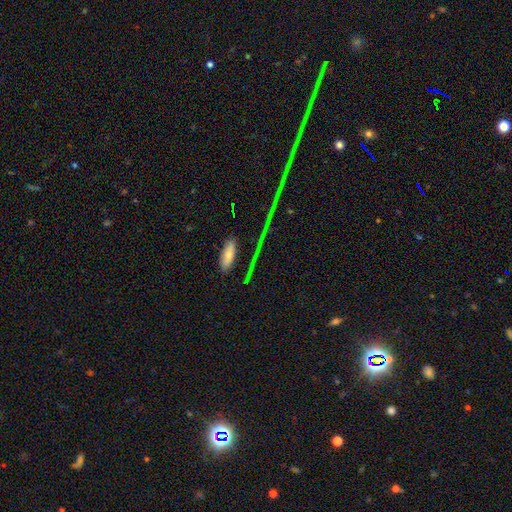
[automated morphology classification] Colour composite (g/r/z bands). It shows a star or artifact, not a galaxy (40%).